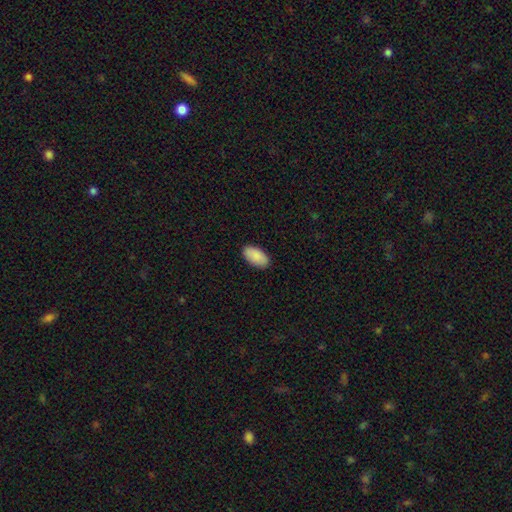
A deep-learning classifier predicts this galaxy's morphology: type=smooth (90%); roundness=in between (95%); merging=none (89%).